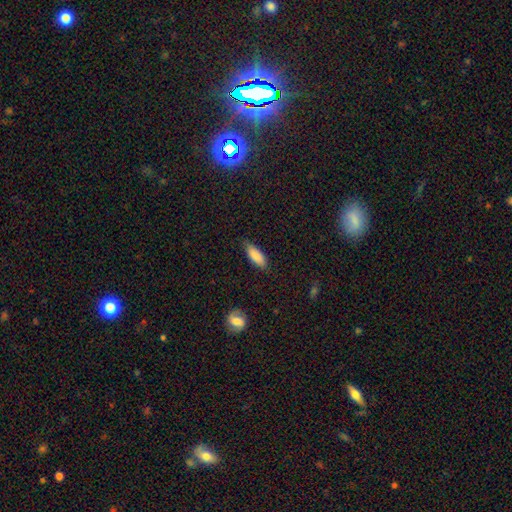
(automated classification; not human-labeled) A smooth galaxy with no disk features (86%) that is in between round and cigar-shaped (72%). Merging: none (79%).